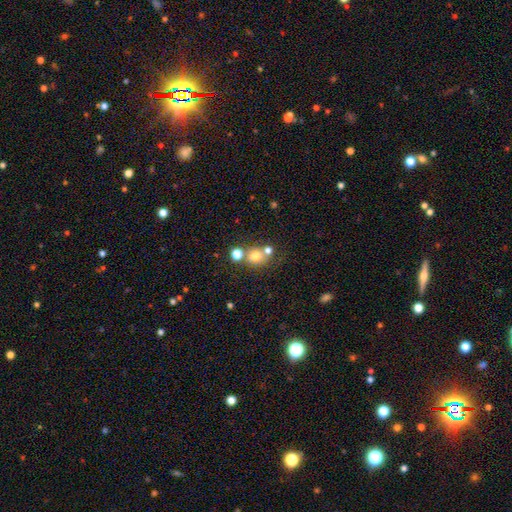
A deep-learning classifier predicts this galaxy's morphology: A smooth galaxy with no disk features (69%) that is round (75%). Merging: none (51%).